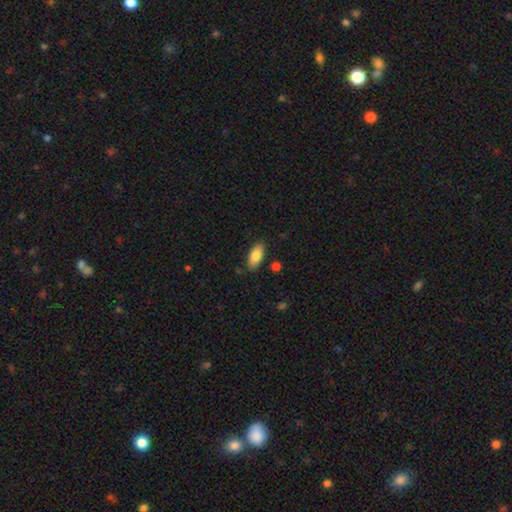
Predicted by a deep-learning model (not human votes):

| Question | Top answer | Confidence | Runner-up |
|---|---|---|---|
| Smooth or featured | smooth | 83% | featured or disk (10%) |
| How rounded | in between | 87% | cigar-shaped (10%) |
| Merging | none | 84% | minor disturbance (11%) |